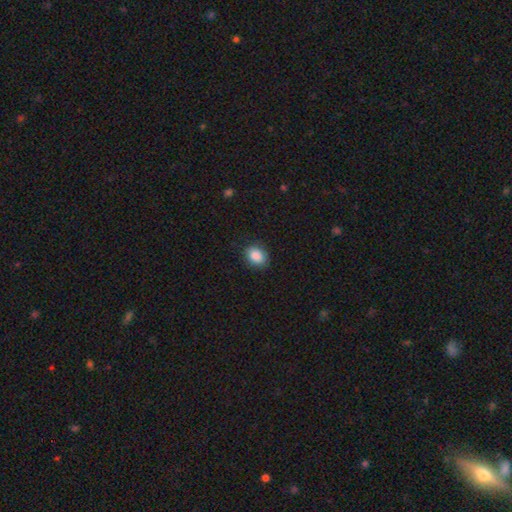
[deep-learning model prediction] smooth_or_featured: smooth (p=0.88) [alt: star or artifact p=0.08]
how_rounded: in between (p=0.64) [alt: round p=0.35]
merging: none (p=0.84) [alt: minor disturbance p=0.12]